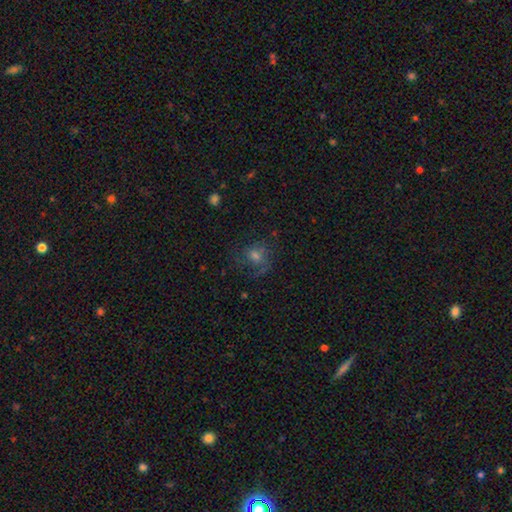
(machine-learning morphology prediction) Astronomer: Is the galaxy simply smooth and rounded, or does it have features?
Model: featured or disk — 43% (runner-up: smooth, 37%).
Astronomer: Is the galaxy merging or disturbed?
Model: none — 57%.